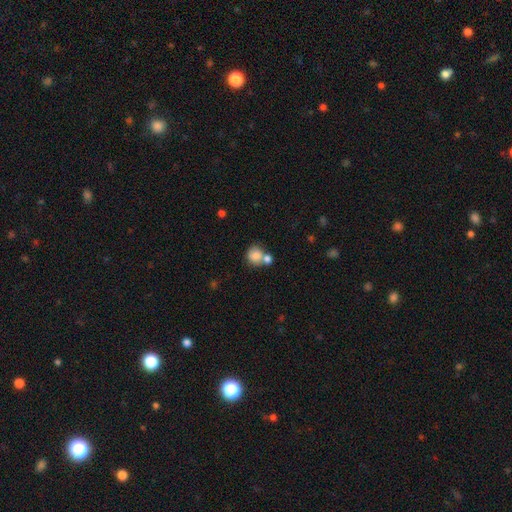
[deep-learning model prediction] Smooth or featured? smooth (82%)
How rounded? round (83%)
Merging? none (43%)